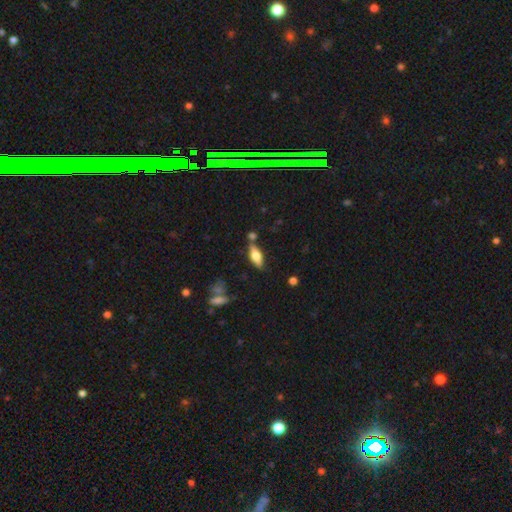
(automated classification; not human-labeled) The model was most divided on "smooth or featured": smooth: 60%, featured or disk: 33%, star or artifact: 7%. More confident: merging — none (71%); how rounded — in between (70%).